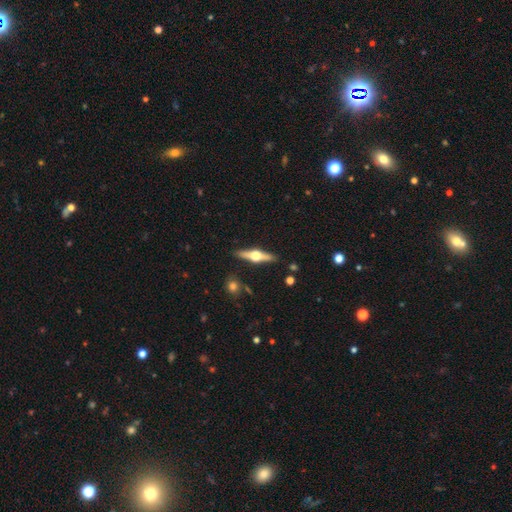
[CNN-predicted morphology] Q: Smooth or featured?
A: featured or disk (75%); runner-up: smooth (19%)
Q: Edge-on disk?
A: yes (97%); runner-up: no (3%)
Q: Edge-on bulge?
A: rounded (96%); runner-up: boxy (3%)
Q: Merging?
A: none (89%); runner-up: minor disturbance (8%)